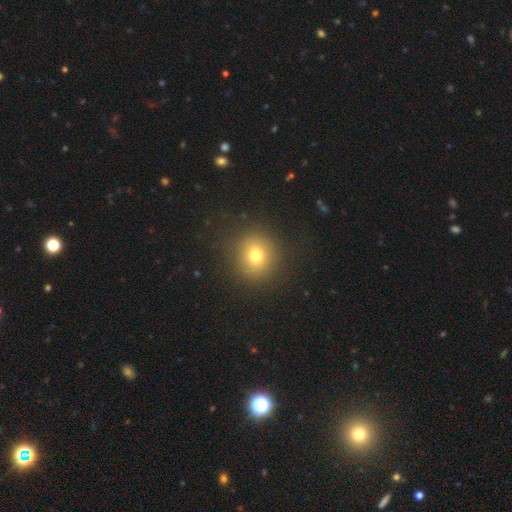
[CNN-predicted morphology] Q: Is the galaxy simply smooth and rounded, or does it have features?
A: smooth — 74%.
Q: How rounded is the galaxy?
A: round — 89%.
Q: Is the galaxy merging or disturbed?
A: none — 88%.